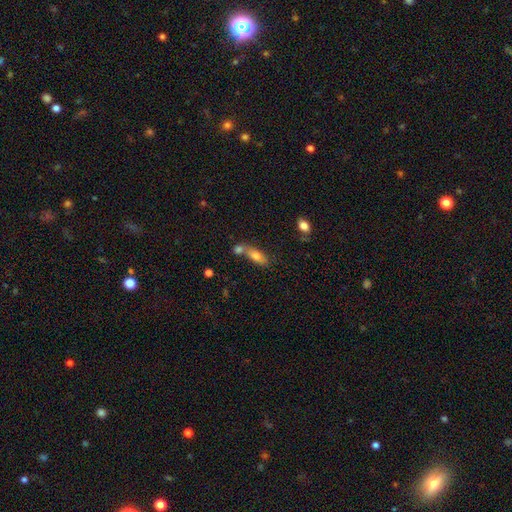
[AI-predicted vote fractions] Morphology: type=smooth (72%); roundness=in between (71%); merging=merger (43%).